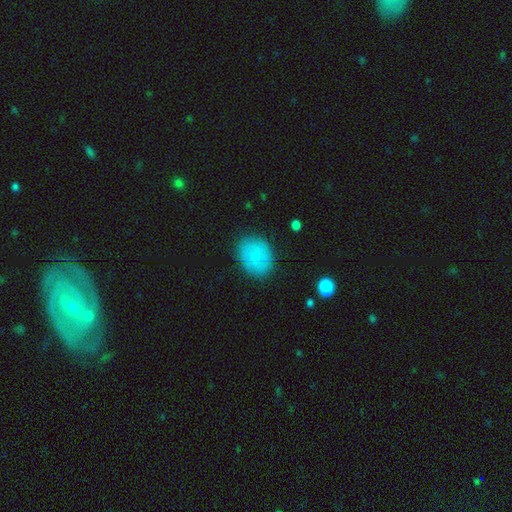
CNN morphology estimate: Smooth or featured?
  - smooth: 68% *
  - featured or disk: 24%
  - star or artifact: 8%
How rounded?
  - in between: 56% *
  - round: 43%
  - cigar-shaped: 1%
Merging?
  - none: 81% *
  - minor disturbance: 14%
  - major disturbance: 4%
  - merger: 1%